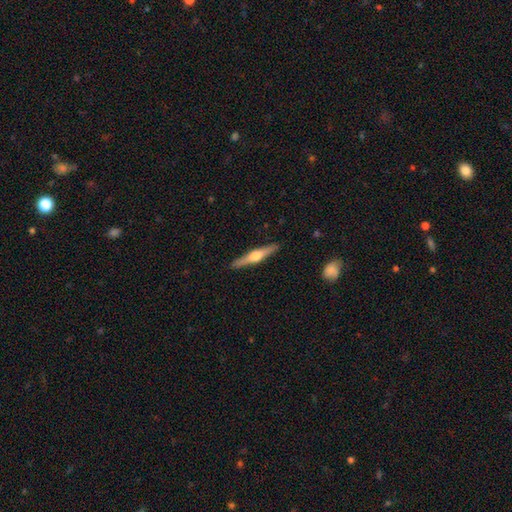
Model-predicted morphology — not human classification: Smooth or featured?
  - featured or disk: 69% *
  - smooth: 26%
  - star or artifact: 5%
Edge-on disk?
  - yes: 98% *
  - no: 2%
Edge-on bulge?
  - rounded: 94% *
  - boxy: 3%
  - none: 2%
Merging?
  - none: 91% *
  - minor disturbance: 7%
  - major disturbance: 1%
  - merger: 1%